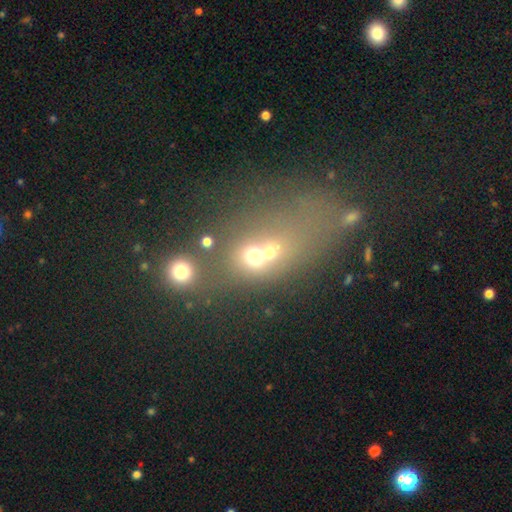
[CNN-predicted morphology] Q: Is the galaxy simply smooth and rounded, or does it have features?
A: smooth — 54%.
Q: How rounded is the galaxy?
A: round — 52%.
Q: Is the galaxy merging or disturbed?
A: merger — 53%.